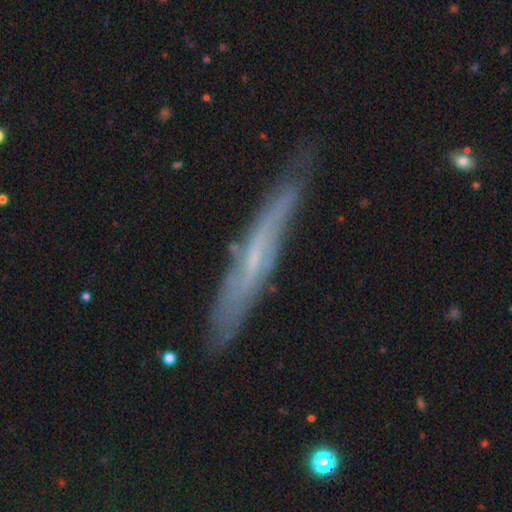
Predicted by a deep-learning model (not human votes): This appears to be a featured or disk galaxy (62%) viewed edge-on (79%). Merging: none (77%).